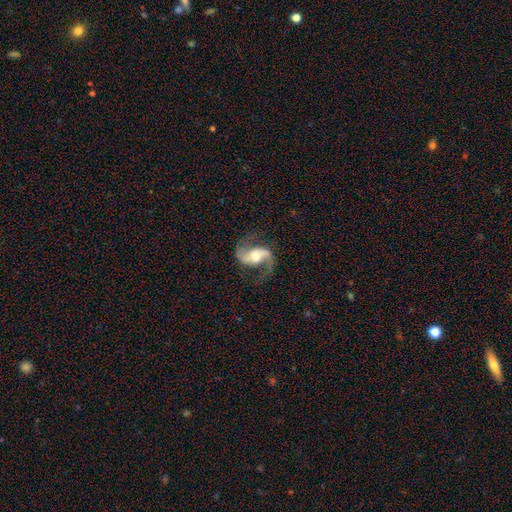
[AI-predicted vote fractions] This is clearly a featured or disk galaxy (90%). It is clearly not viewed edge-on (97%). Bar: marginally weak (41%). Spiral arm pattern: clearly yes (97%). Spiral arm count: clearly 2 (92%). Spiral winding: possibly loose (59%). Central bulge: likely moderate (62%). Merging: likely none (74%).